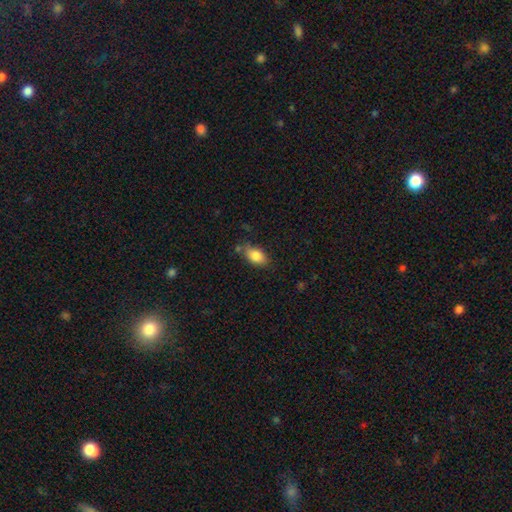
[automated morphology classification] Q: Smooth or featured?
A: smooth (84%); runner-up: featured or disk (8%)
Q: How rounded?
A: in between (88%); runner-up: round (8%)
Q: Merging?
A: none (71%); runner-up: minor disturbance (19%)